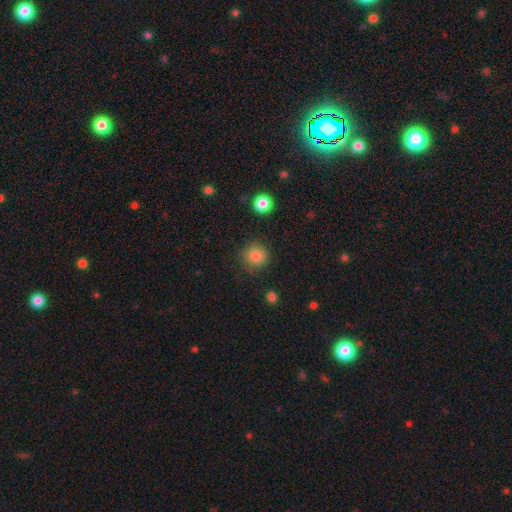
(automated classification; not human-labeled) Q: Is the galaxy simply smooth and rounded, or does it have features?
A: smooth — 85%.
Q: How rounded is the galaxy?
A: round — 93%.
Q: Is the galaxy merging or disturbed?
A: none — 83%.